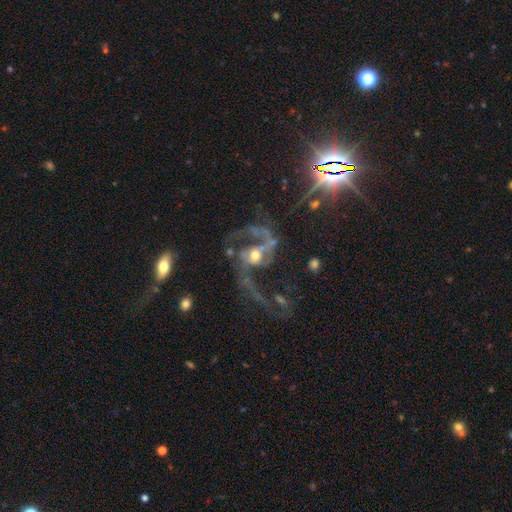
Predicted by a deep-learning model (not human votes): A featured or disk galaxy (84%) with no bar (45%), 2 (84%) loose (63%) spiral arms (95%) and a moderate central bulge (55%). Merging: none (42%).